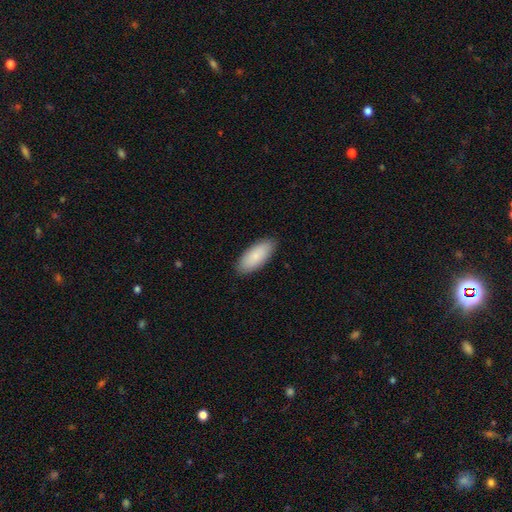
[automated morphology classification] Overall: smooth (86%). How rounded: in between (85%). Merging: none (88%).